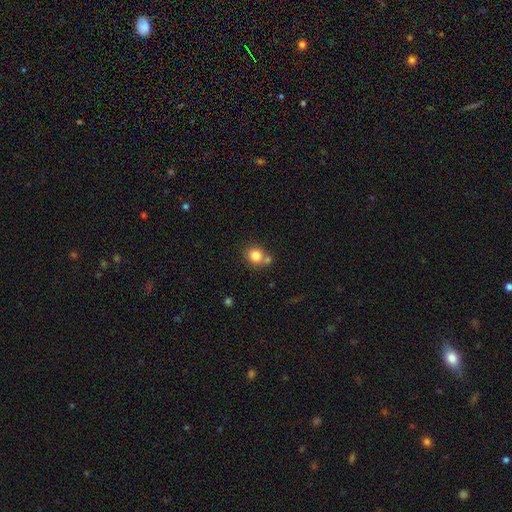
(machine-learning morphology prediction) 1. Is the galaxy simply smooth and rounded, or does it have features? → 82% smooth, 11% star or artifact, 7% featured or disk.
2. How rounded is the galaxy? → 80% round, 19% in between, 1% cigar-shaped.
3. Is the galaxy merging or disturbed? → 59% none, 27% merger, 11% minor disturbance, 4% major disturbance.